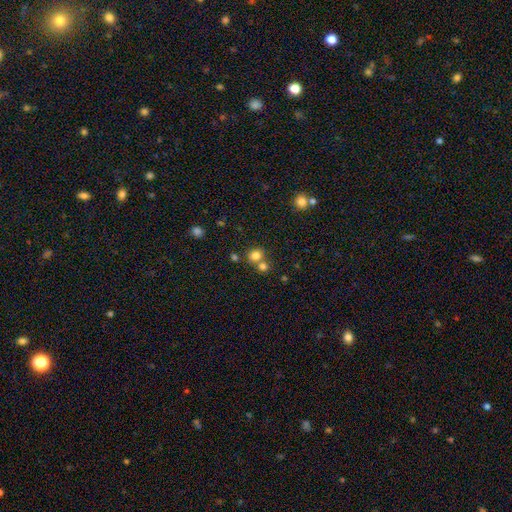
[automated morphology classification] A smooth galaxy with no disk features (78%) that is round (78%). Merging: none (54%).